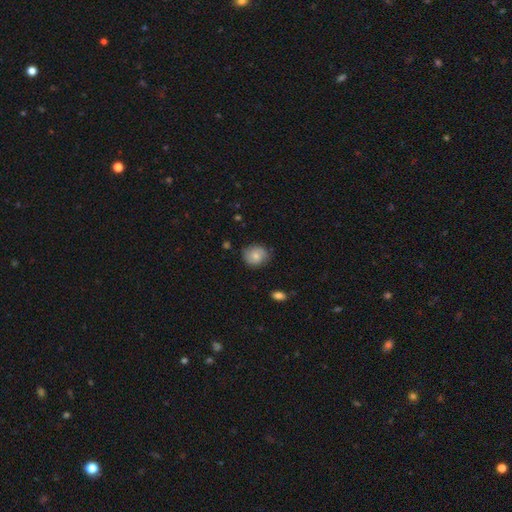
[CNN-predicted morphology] A smooth galaxy with no disk features (65%) that is round (73%).

Vote fractions:
- Smooth or featured? smooth: 65% / featured or disk: 28% / star or artifact: 8%
- How rounded? round: 73% / in between: 26% / cigar-shaped: 1%
- Merging? none: 77% / minor disturbance: 18% / major disturbance: 4% / merger: 1%